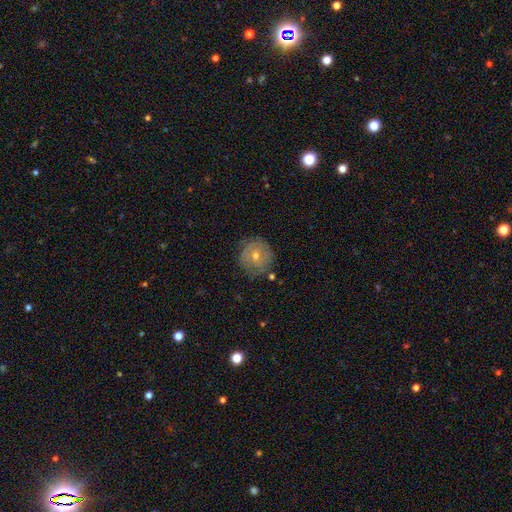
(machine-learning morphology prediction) Smooth or featured: featured or disk — 50% (smooth — 38%)
Edge-on disk: no — 96% (yes — 4%)
Merging: none — 79% (minor disturbance — 15%)